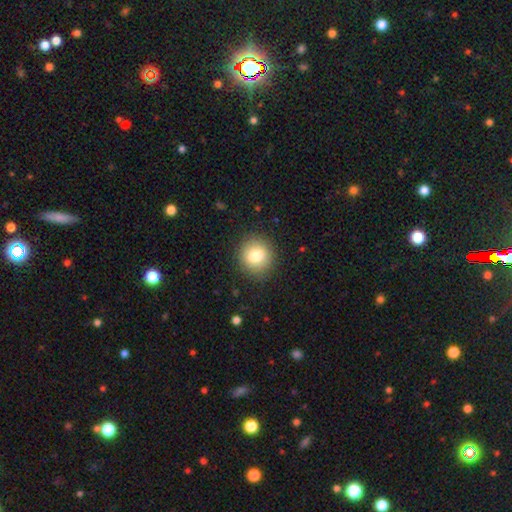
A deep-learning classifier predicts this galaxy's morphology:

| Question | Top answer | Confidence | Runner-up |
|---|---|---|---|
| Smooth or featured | smooth | 80% | featured or disk (10%) |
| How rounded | round | 86% | in between (13%) |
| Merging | none | 89% | minor disturbance (7%) |